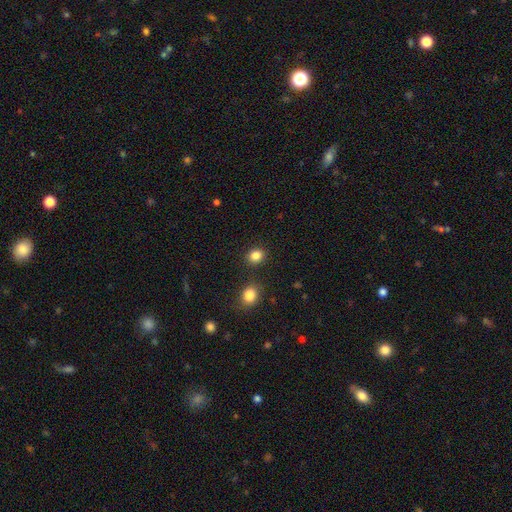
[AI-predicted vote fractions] A smooth galaxy with no disk features (85%) that is round (65%).

Vote fractions:
- Smooth or featured? smooth: 85% / star or artifact: 11% / featured or disk: 4%
- How rounded? round: 65% / in between: 34% / cigar-shaped: 1%
- Merging? none: 85% / minor disturbance: 8% / merger: 5% / major disturbance: 2%